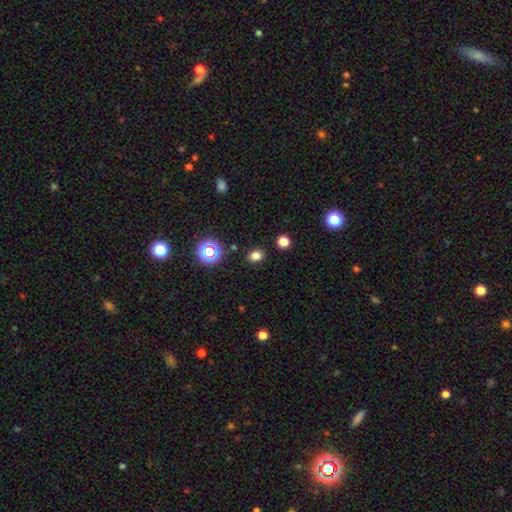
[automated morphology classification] This appears to be a smooth galaxy with no disk features (77%) that is in between round and cigar-shaped (52%). Merging: none (87%).